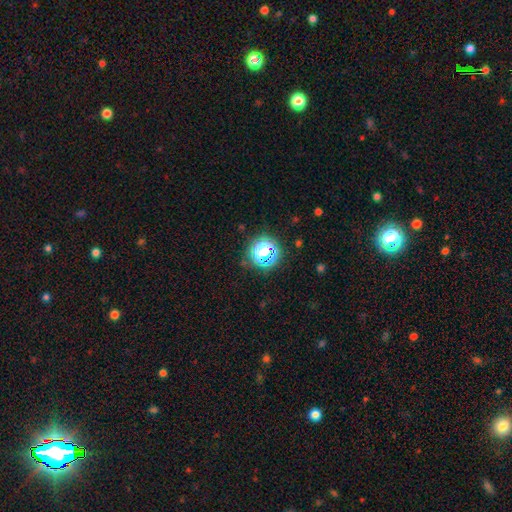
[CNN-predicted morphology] smooth-or-featured: star or artifact: 72% | smooth: 21% | featured or disk: 7%